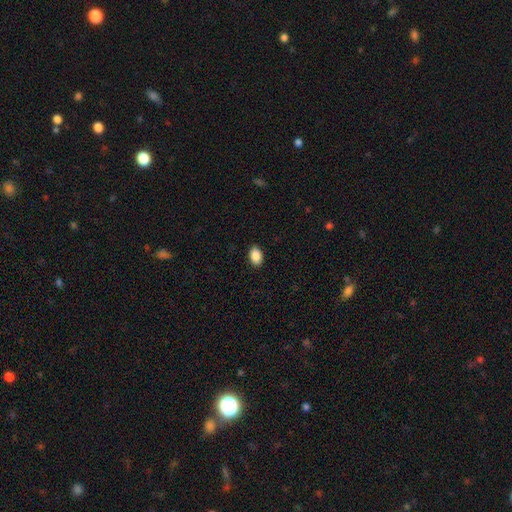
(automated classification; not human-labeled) smooth 89%, star or artifact 8%, featured or disk 4%. Down the decision tree: how rounded — in between (85%); merging — none (89%).